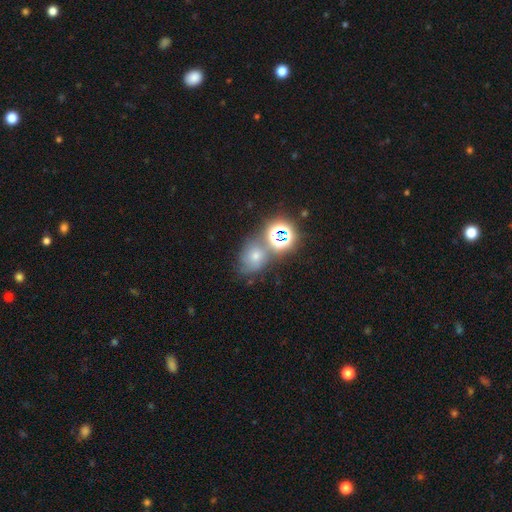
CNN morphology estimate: smooth-or-featured: star or artifact: 47% | smooth: 32% | featured or disk: 21%